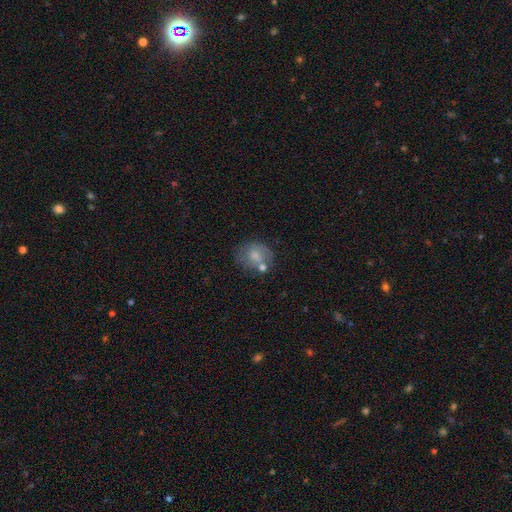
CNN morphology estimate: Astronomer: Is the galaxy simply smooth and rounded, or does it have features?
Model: smooth — 66%.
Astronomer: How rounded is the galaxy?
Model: round — 63%.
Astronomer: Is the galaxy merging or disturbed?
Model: none — 50%.